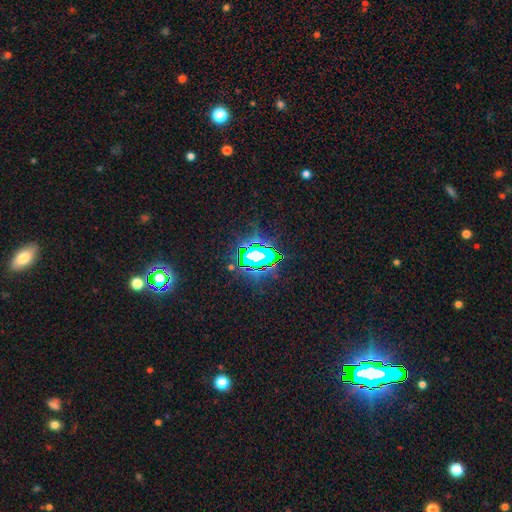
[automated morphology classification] star or artifact 74%, smooth 14%, featured or disk 12%.